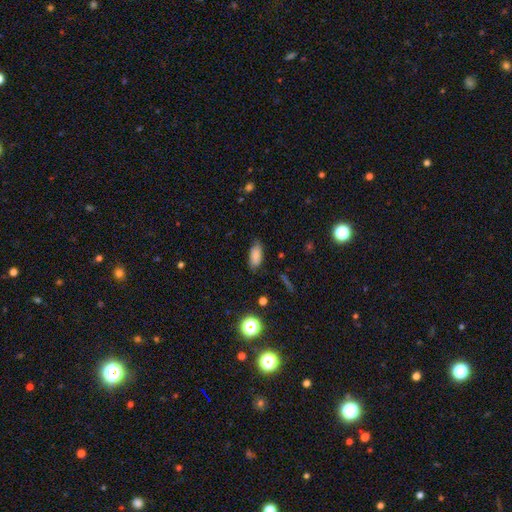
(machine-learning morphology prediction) Smooth or featured? smooth (80%)
How rounded? in between (86%)
Merging? none (75%)